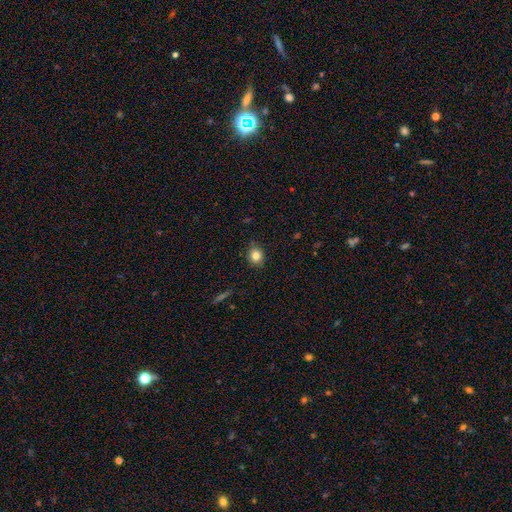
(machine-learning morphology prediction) Overall: smooth (81%). How rounded: round (64%; in between 34%). Merging: none (86%).